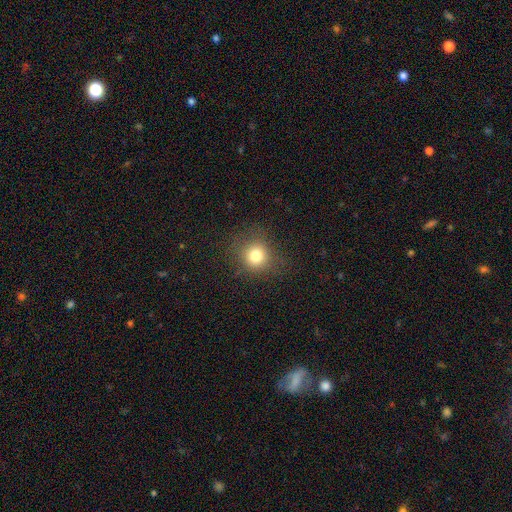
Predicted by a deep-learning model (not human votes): The model was most divided on "smooth or featured": smooth: 78%, star or artifact: 14%, featured or disk: 8%. More confident: how rounded — round (86%); merging — none (83%).